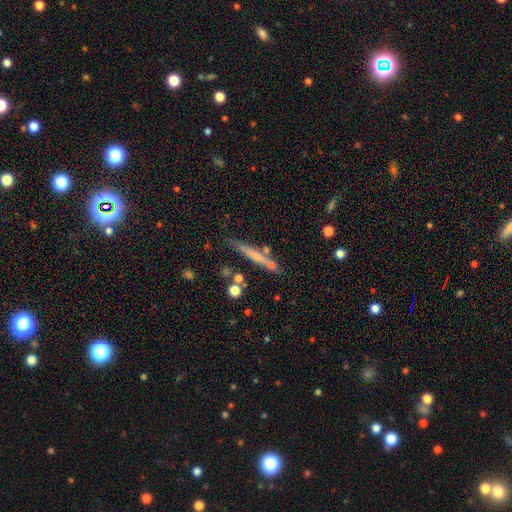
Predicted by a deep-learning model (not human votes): Smooth or featured? Predicted: smooth (p=0.50). How rounded? Predicted: cigar-shaped (p=0.93). Merging? Predicted: none (p=0.72).